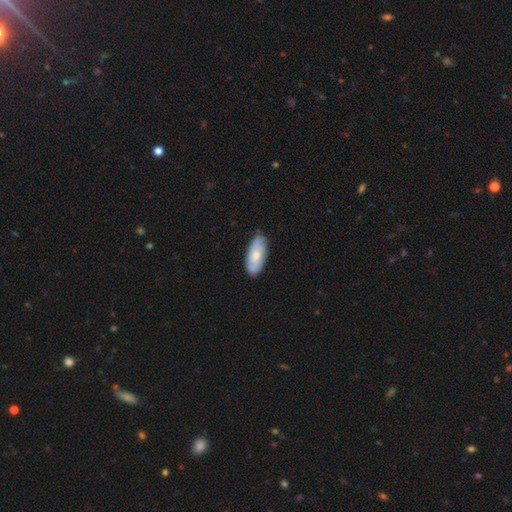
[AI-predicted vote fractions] Smooth or featured? Predicted: smooth (p=0.67). How rounded? Predicted: in between (p=0.83). Merging? Predicted: none (p=0.81).